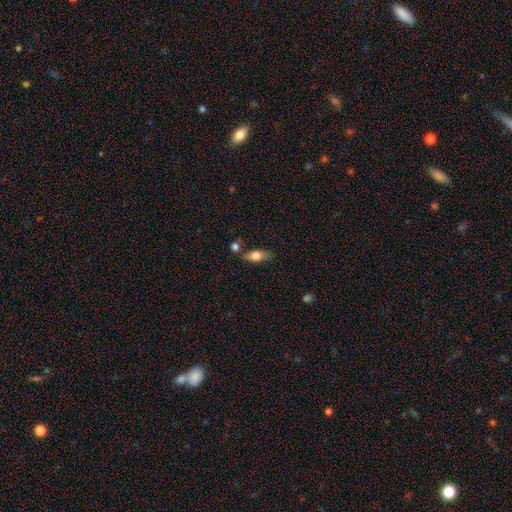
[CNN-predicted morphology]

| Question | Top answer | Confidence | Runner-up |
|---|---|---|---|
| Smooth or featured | smooth | 66% | featured or disk (26%) |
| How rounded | in between | 72% | cigar-shaped (23%) |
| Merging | none | 67% | minor disturbance (17%) |